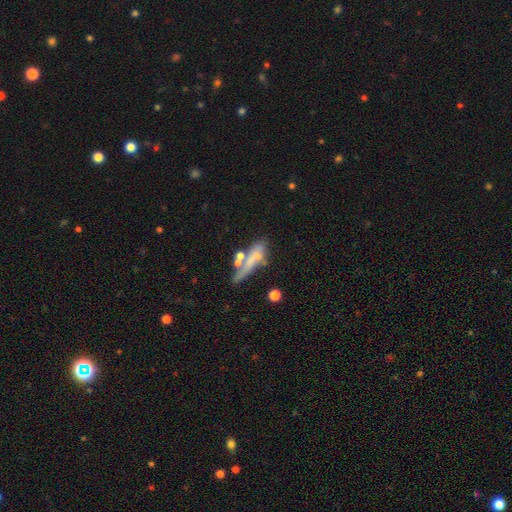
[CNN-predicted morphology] Q: Smooth or featured?
A: smooth (48%); runner-up: featured or disk (40%)
Q: Merging?
A: none (40%); runner-up: merger (24%)